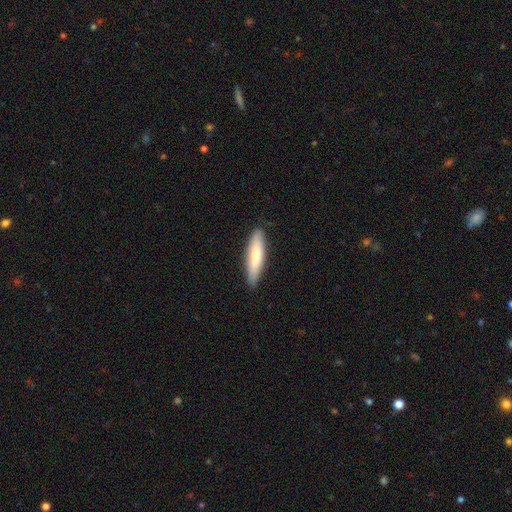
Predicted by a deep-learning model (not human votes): smooth_or_featured: smooth (p=0.78) [alt: featured or disk p=0.17]
how_rounded: cigar-shaped (p=0.75) [alt: in between p=0.24]
merging: none (p=0.86) [alt: minor disturbance p=0.11]